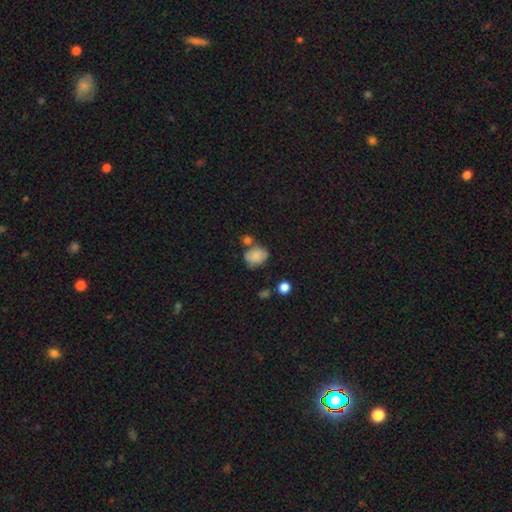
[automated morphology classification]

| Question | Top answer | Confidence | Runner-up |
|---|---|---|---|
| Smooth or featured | smooth | 81% | featured or disk (10%) |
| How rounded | in between | 56% | round (43%) |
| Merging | none | 49% | minor disturbance (23%) |